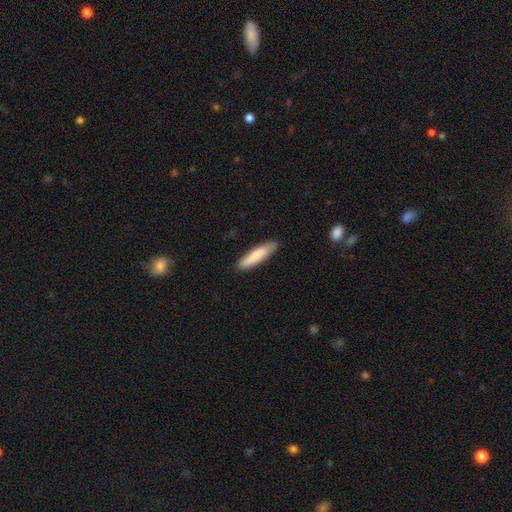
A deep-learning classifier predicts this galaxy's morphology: Smooth or featured?
  - smooth: 82% *
  - featured or disk: 13%
  - star or artifact: 5%
How rounded?
  - cigar-shaped: 79% *
  - in between: 20%
  - round: 1%
Merging?
  - none: 87% *
  - minor disturbance: 10%
  - major disturbance: 2%
  - merger: 1%